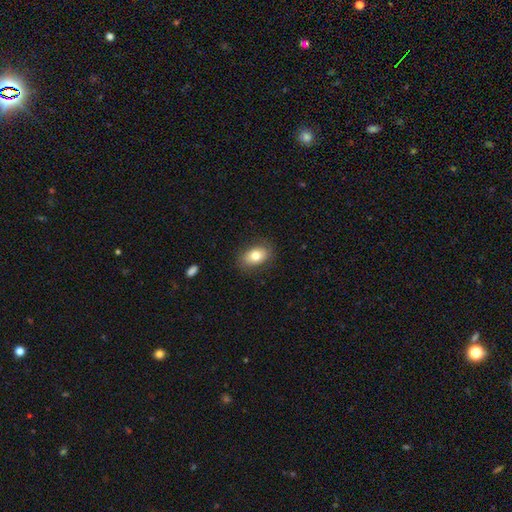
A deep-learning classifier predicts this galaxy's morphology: Q: Smooth or featured?
A: smooth (78%); runner-up: featured or disk (14%)
Q: How rounded?
A: in between (84%); runner-up: round (15%)
Q: Merging?
A: none (84%); runner-up: minor disturbance (12%)